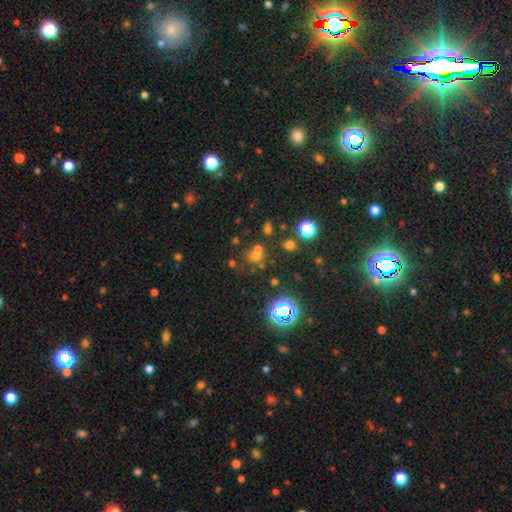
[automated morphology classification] Smooth or featured: smooth — 51% (star or artifact — 37%)
How rounded: round — 82% (in between — 17%)
Merging: none — 54% (merger — 32%)